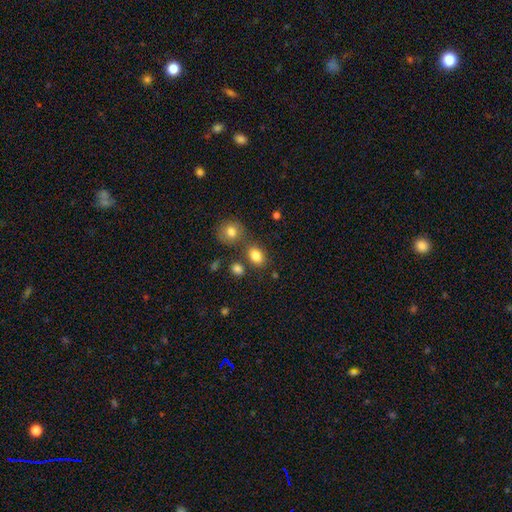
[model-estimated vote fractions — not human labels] Smooth or featured: smooth — 83% (star or artifact — 10%)
How rounded: in between — 74% (round — 25%)
Merging: none — 66% (merger — 17%)